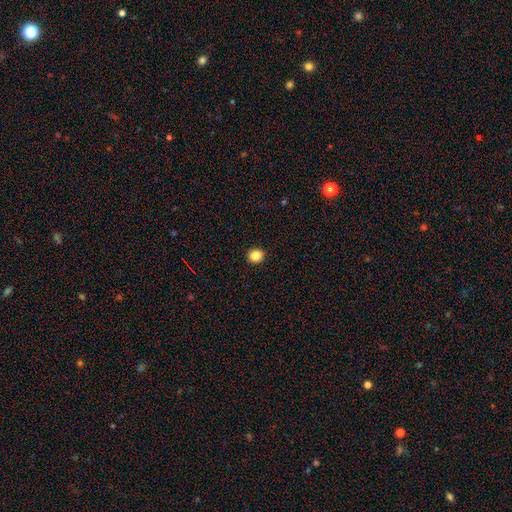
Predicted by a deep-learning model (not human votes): Morphology: type=smooth (86%); roundness=round (89%); merging=none (93%).